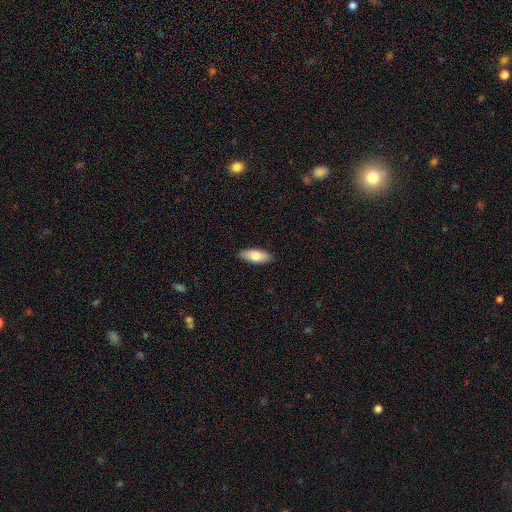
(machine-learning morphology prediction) Smooth or featured? Predicted: smooth (p=0.81). How rounded? Predicted: in between (p=0.83). Merging? Predicted: none (p=0.88).